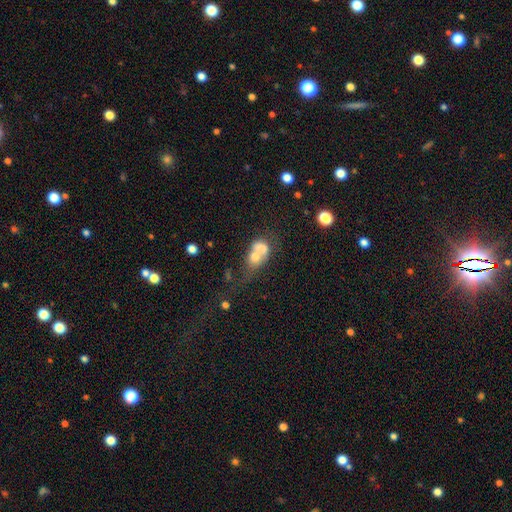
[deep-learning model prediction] Morphology: type=smooth (62%); roundness=in between (52%); merging=merger (71%).